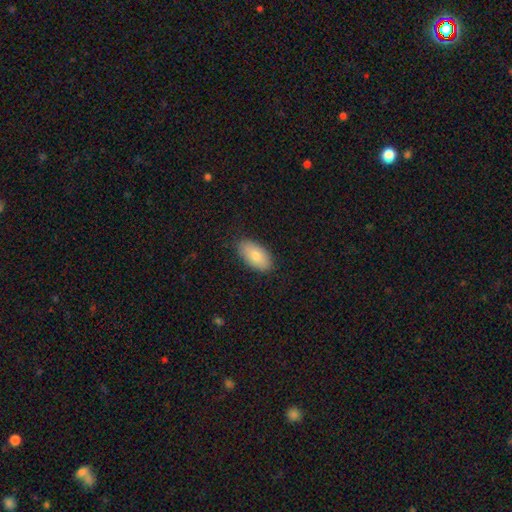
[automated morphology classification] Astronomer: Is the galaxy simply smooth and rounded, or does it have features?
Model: smooth — 80%.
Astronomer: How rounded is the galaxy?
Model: in between — 94%.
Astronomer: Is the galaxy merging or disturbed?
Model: none — 85%.